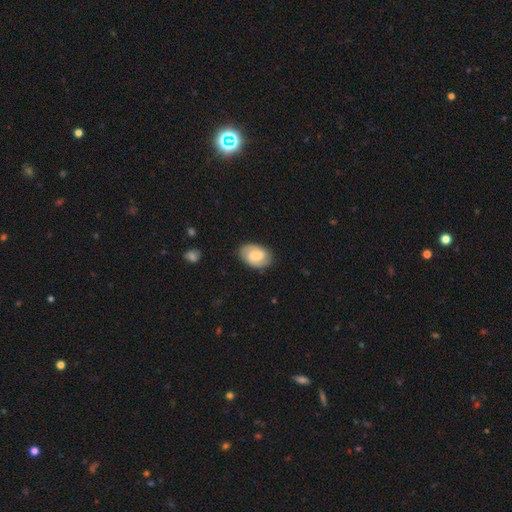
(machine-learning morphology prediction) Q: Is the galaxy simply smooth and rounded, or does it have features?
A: featured or disk — 60%.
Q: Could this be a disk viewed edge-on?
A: no — 97%.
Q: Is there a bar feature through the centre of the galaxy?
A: weak — 55%.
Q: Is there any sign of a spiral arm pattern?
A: yes — 90%.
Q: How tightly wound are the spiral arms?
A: medium — 45%.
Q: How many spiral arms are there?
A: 2 — 86%.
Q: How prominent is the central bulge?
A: moderate — 40%.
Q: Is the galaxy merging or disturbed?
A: none — 83%.